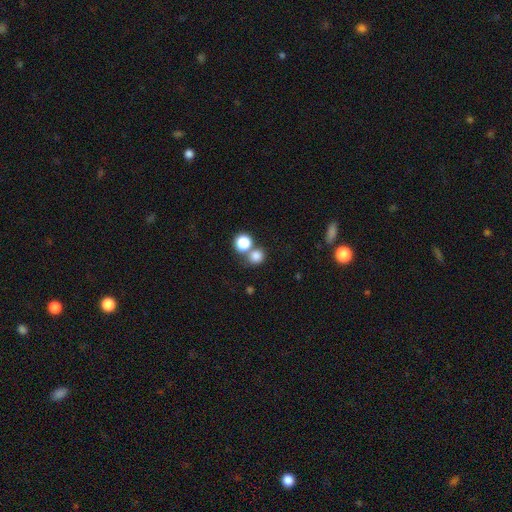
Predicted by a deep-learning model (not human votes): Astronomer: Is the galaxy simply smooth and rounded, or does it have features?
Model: smooth — 80%.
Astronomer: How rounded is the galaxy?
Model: round — 83%.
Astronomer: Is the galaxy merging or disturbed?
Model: none — 54% (runner-up: merger, 35%).